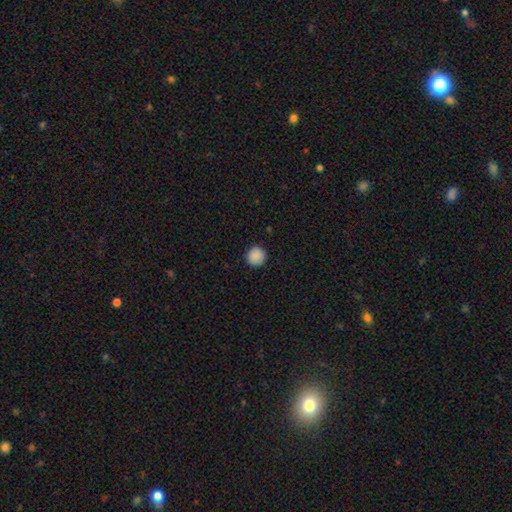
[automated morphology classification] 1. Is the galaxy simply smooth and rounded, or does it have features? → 89% smooth, 8% star or artifact, 2% featured or disk.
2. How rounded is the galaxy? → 95% round, 4% in between, 1% cigar-shaped.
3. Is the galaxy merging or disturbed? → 91% none, 6% minor disturbance, 2% major disturbance, 1% merger.